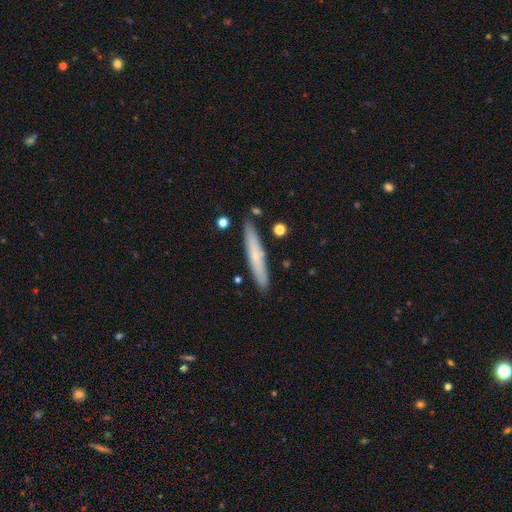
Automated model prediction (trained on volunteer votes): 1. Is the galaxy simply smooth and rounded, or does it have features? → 58% smooth, 35% featured or disk, 6% star or artifact.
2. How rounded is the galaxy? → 94% cigar-shaped, 5% in between, 1% round.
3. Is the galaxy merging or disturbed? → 87% none, 9% minor disturbance, 2% merger, 2% major disturbance.